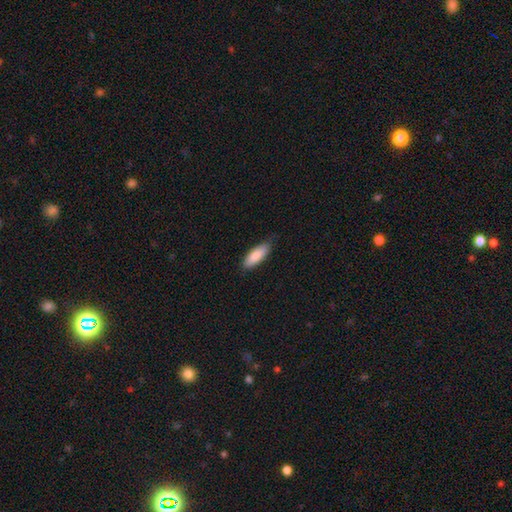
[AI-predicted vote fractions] A smooth galaxy with no disk features (85%) that is in between round and cigar-shaped (67%).

Vote fractions:
- Smooth or featured? smooth: 85% / featured or disk: 9% / star or artifact: 6%
- How rounded? in between: 67% / cigar-shaped: 31% / round: 2%
- Merging? none: 81% / minor disturbance: 16% / major disturbance: 2% / merger: 1%